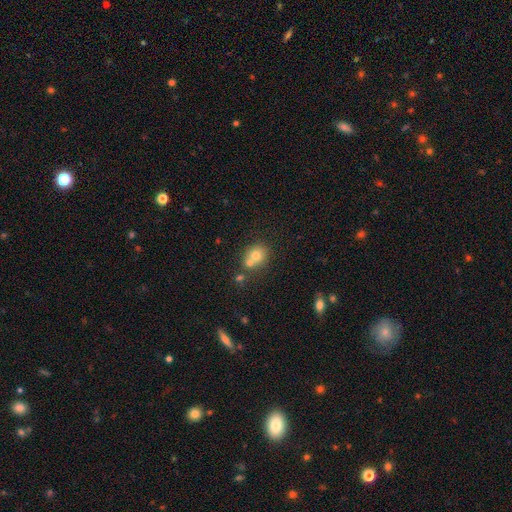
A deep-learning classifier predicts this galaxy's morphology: Q: Smooth or featured?
A: smooth (73%); runner-up: featured or disk (15%)
Q: How rounded?
A: round (74%); runner-up: in between (25%)
Q: Merging?
A: none (45%); runner-up: merger (42%)